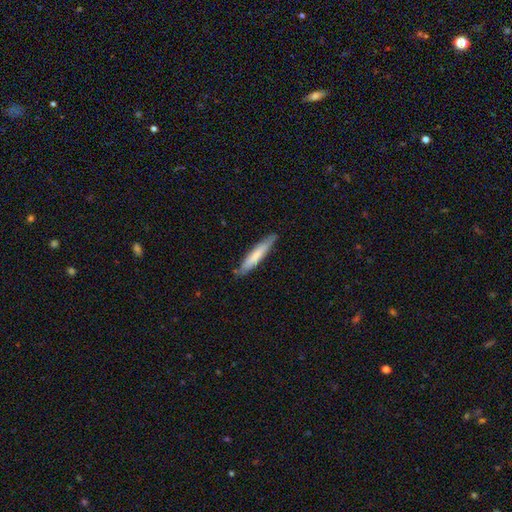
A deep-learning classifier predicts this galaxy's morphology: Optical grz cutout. It shows a smooth galaxy with no disk features (72%) that is cigar-shaped (90%). Merging: none (83%).